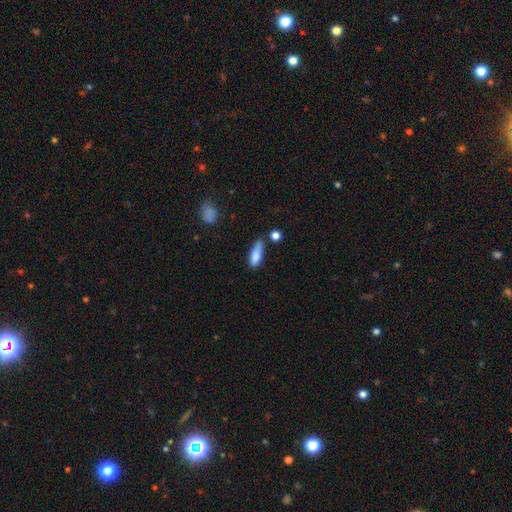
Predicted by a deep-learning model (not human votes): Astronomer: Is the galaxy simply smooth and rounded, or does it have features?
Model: smooth — 81%.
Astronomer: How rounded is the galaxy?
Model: in between — 61%.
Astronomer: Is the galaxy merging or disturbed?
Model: none — 42% (runner-up: minor disturbance, 38%).